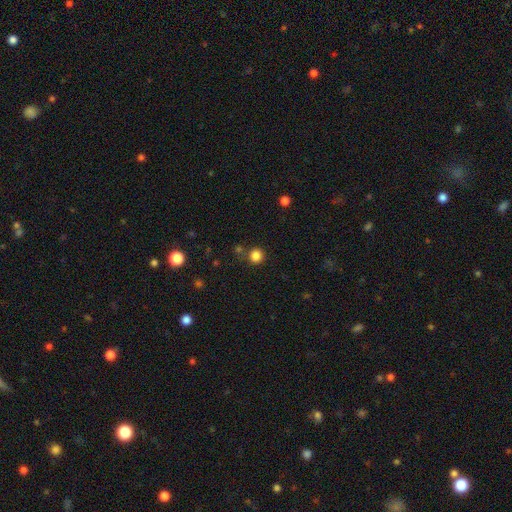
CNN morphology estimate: smooth_or_featured: smooth (p=0.83) [alt: star or artifact p=0.13]
how_rounded: round (p=0.92) [alt: in between p=0.07]
merging: none (p=0.80) [alt: minor disturbance p=0.09]